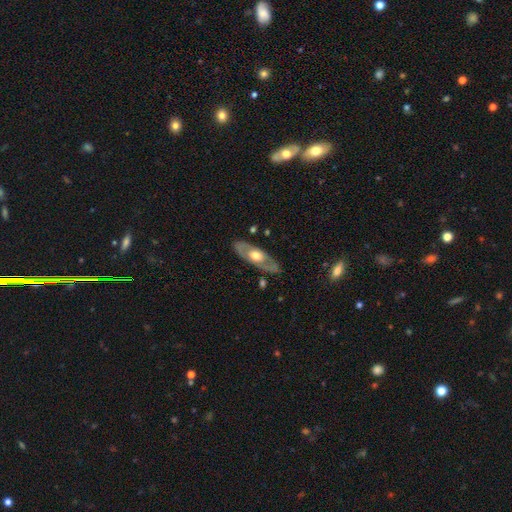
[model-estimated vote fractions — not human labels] Smooth or featured? Predicted: featured or disk (p=0.58). Edge-on disk? Predicted: no (p=0.71). Merging? Predicted: none (p=0.83).